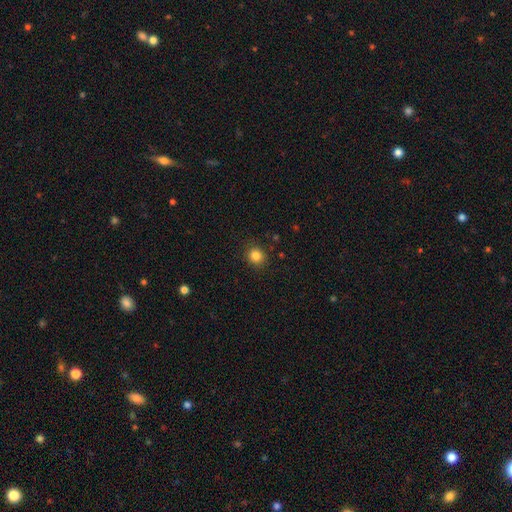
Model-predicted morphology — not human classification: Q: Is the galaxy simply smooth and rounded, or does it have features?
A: smooth — 84%.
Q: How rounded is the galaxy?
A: round — 85%.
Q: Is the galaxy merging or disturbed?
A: none — 88%.